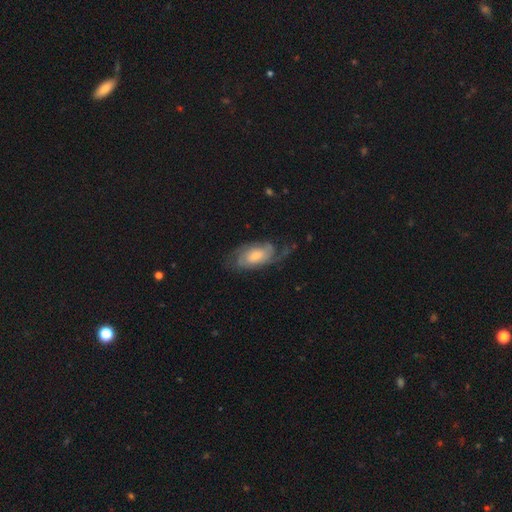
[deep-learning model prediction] smooth-or-featured: featured or disk: 74% | smooth: 20% | star or artifact: 6%
  disk-edge-on: no: 94% | yes: 6%
    bar: no: 64% | weak: 30% | strong: 6%
    has-spiral-arms: yes: 93% | no: 7%
      spiral-winding: tight: 44% | medium: 39% | loose: 17%
      spiral-arm-count: 2: 49% | can't tell: 26% | 3: 11% | 1: 6% | 4: 4% | more than 4: 3%
    bulge-size: moderate: 40% | small: 28% | large: 22% | none: 8% | dominant: 3%
  merging: none: 59% | minor disturbance: 22% | major disturbance: 18% | merger: 2%